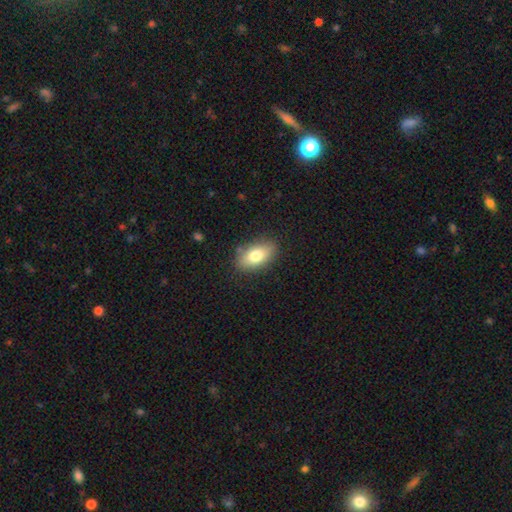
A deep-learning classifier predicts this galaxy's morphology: This appears to be a smooth galaxy with no disk features (76%) that is in between round and cigar-shaped (90%). Merging: none (84%).